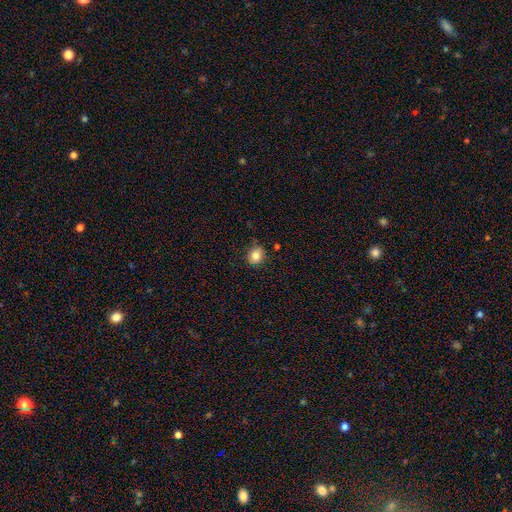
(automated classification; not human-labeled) Overall: smooth (83%). How rounded: round (71%). Merging: none (82%).